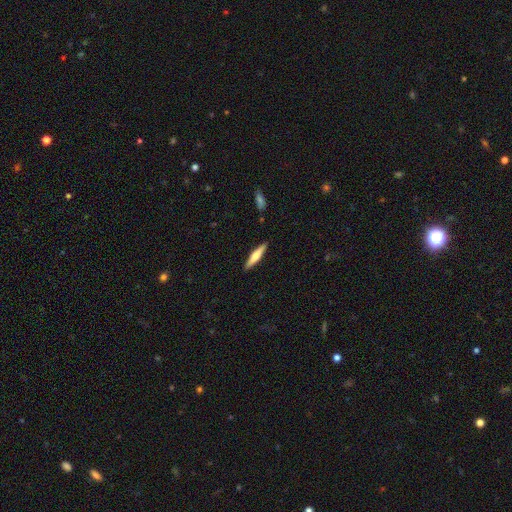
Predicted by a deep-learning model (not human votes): Smooth or featured? Predicted: smooth (p=0.51). How rounded? Predicted: cigar-shaped (p=0.85). Merging? Predicted: none (p=0.90).